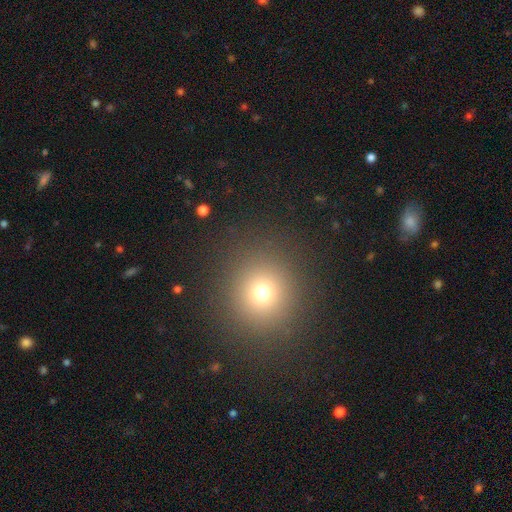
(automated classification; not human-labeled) This is likely a smooth galaxy (66%). How rounded: clearly round (91%). Merging: clearly none (91%).